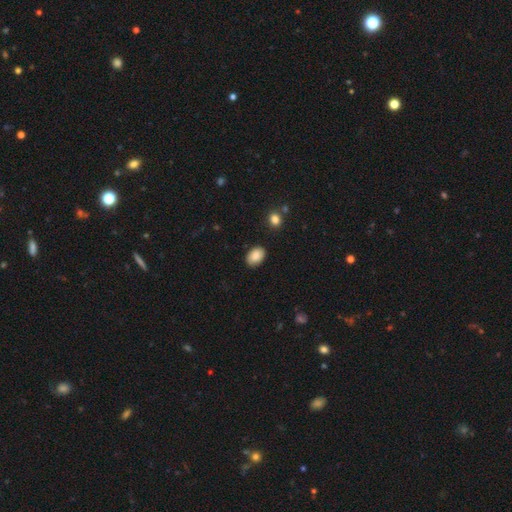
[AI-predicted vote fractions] Morphology: type=smooth (88%); roundness=in between (82%); merging=none (87%).